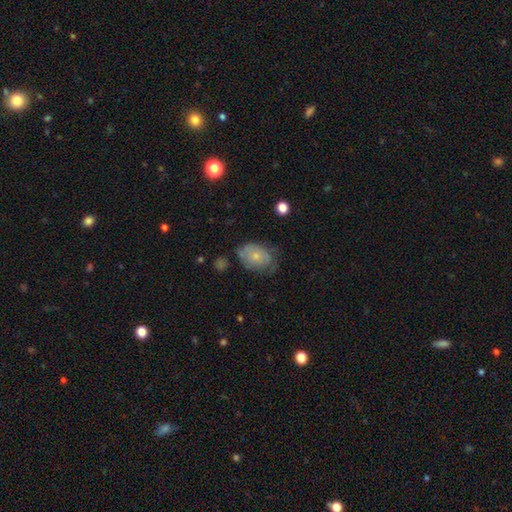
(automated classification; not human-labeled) Morphology: type=smooth (57%); roundness=in between (78%); merging=none (49%).